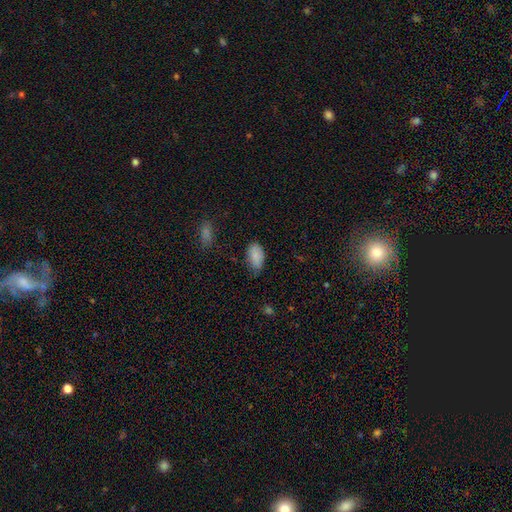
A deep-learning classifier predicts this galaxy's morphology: smooth_or_featured: smooth (p=0.87) [alt: star or artifact p=0.07]
how_rounded: in between (p=0.94) [alt: round p=0.04]
merging: none (p=0.66) [alt: minor disturbance p=0.28]